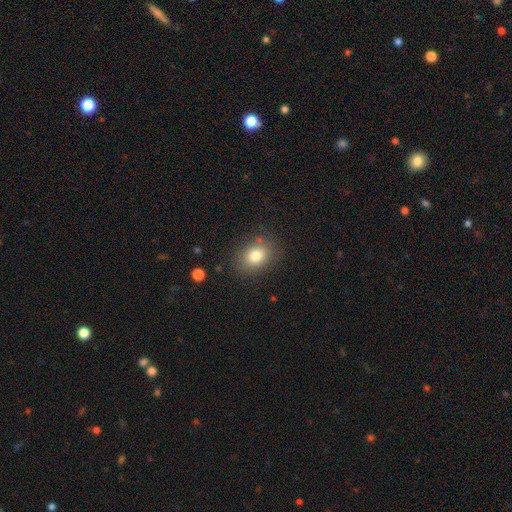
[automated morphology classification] Smooth or featured?
  - smooth: 80% *
  - star or artifact: 11%
  - featured or disk: 9%
How rounded?
  - in between: 59% *
  - round: 40%
  - cigar-shaped: 1%
Merging?
  - none: 83% *
  - minor disturbance: 11%
  - major disturbance: 4%
  - merger: 2%